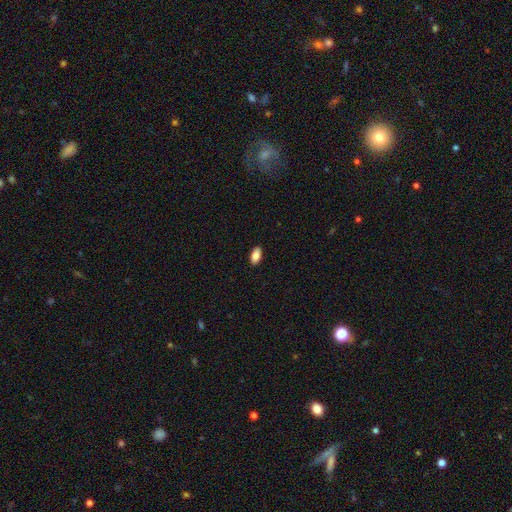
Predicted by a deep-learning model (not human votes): A smooth galaxy with no disk features (85%) that is in between round and cigar-shaped (93%). Merging: none (90%).